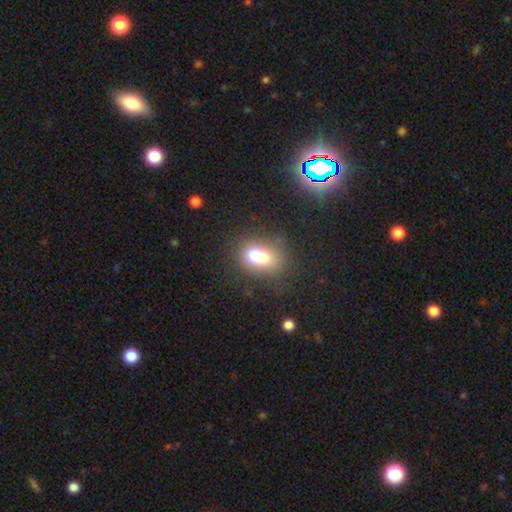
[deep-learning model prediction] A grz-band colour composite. It shows a smooth galaxy with no disk features (64%) that is round (57%). Merging: merger (59%).